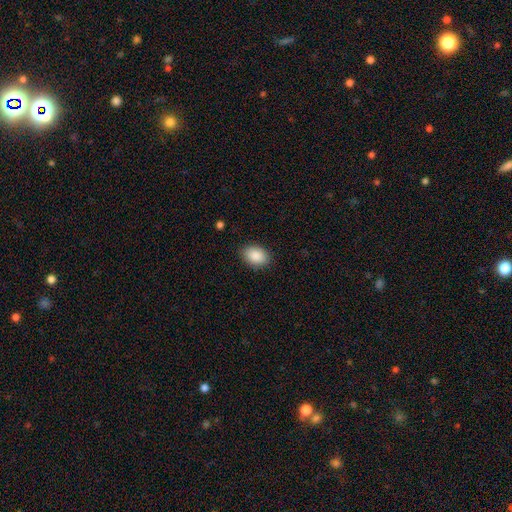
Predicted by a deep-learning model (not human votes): Smooth or featured? smooth (89%)
How rounded? in between (83%)
Merging? none (87%)